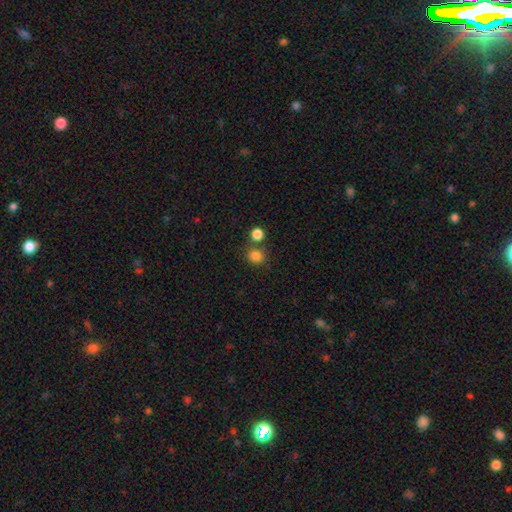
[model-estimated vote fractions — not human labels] Q: Smooth or featured?
A: smooth (83%); runner-up: star or artifact (12%)
Q: How rounded?
A: round (85%); runner-up: in between (14%)
Q: Merging?
A: none (69%); runner-up: merger (20%)